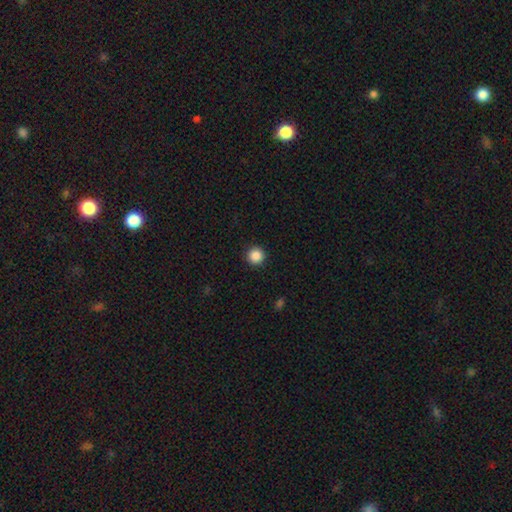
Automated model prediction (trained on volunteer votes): Q: Smooth or featured?
A: smooth (87%); runner-up: star or artifact (10%)
Q: How rounded?
A: round (96%); runner-up: in between (3%)
Q: Merging?
A: none (93%); runner-up: minor disturbance (5%)